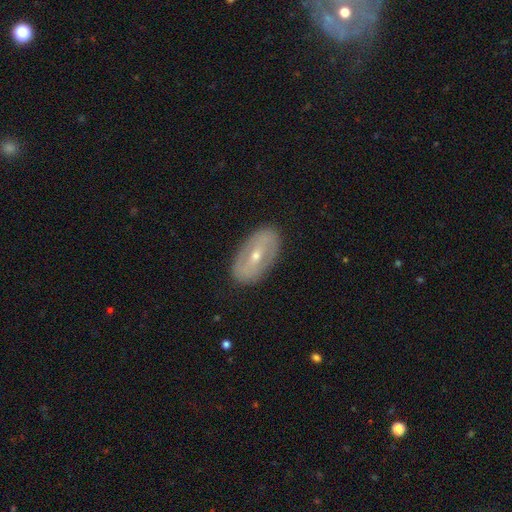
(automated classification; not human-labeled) Morphology: type=featured or disk (67%); edge-on=no (89%); bar=strong (41%); spiral arms=no (63%); bulge=small (55%); merging=none (85%).